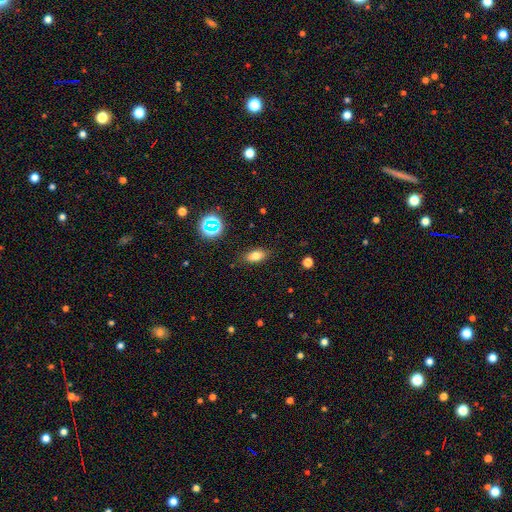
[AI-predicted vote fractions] Morphology: type=smooth (74%); roundness=in between (84%); merging=none (85%).